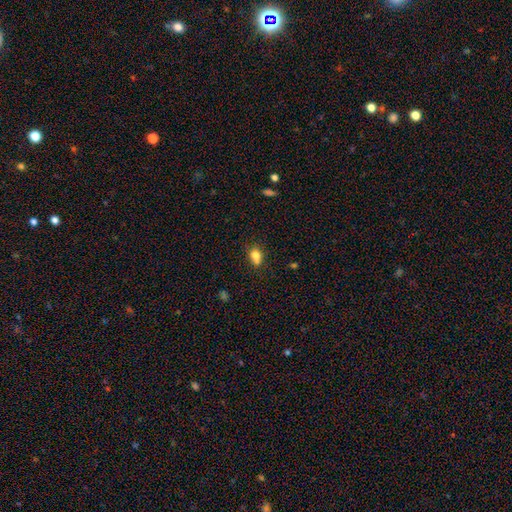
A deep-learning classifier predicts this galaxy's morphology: Q: Smooth or featured?
A: smooth (78%); runner-up: star or artifact (11%)
Q: How rounded?
A: in between (52%); runner-up: round (46%)
Q: Merging?
A: none (52%); runner-up: merger (24%)